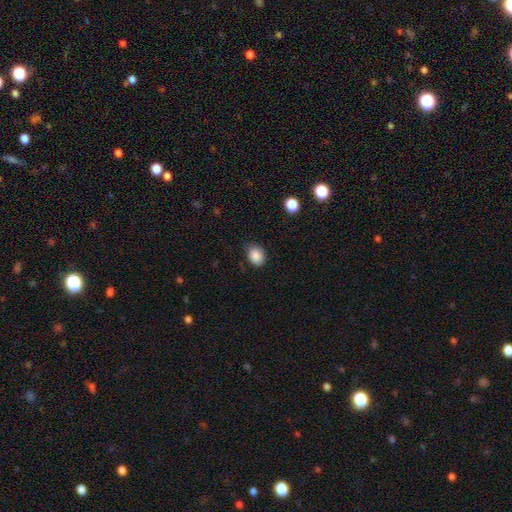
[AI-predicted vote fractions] A smooth galaxy with no disk features (87%) that is in between round and cigar-shaped (55%).

Vote fractions:
- Smooth or featured? smooth: 87% / star or artifact: 9% / featured or disk: 4%
- How rounded? in between: 55% / round: 44% / cigar-shaped: 1%
- Merging? none: 74% / minor disturbance: 21% / major disturbance: 4% / merger: 1%